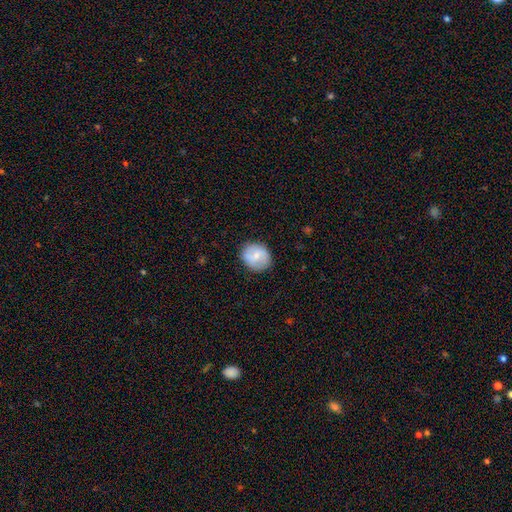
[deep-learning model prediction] Overall: smooth (59%; featured or disk 34%). How rounded: round (77%). Merging: none (84%).